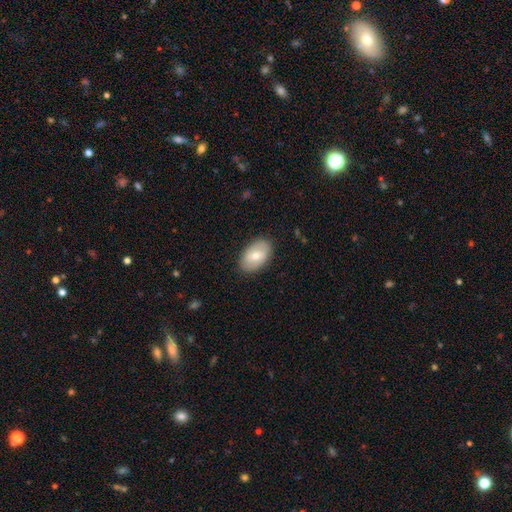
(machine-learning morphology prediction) This is likely a smooth galaxy (64%). How rounded: clearly in between (91%). Merging: clearly none (86%).